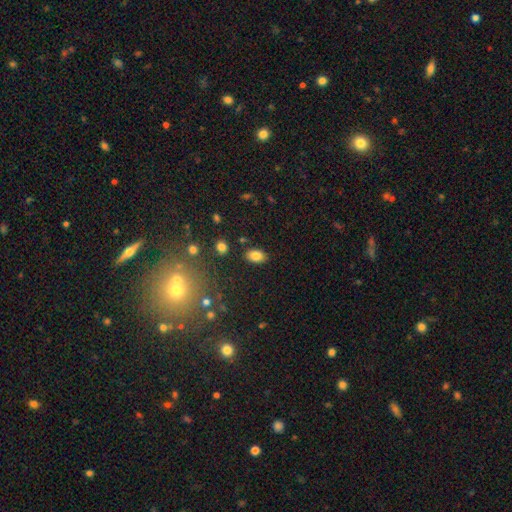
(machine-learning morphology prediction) Smooth or featured?
  - smooth: 83% *
  - star or artifact: 10%
  - featured or disk: 7%
How rounded?
  - in between: 84% *
  - round: 14%
  - cigar-shaped: 1%
Merging?
  - none: 84% *
  - minor disturbance: 10%
  - major disturbance: 3%
  - merger: 3%